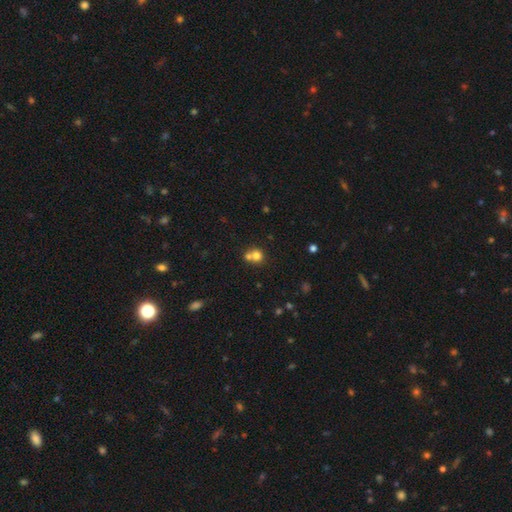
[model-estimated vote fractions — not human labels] Smooth or featured? Predicted: smooth (p=0.74). How rounded? Predicted: round (p=0.84). Merging? Predicted: merger (p=0.49).